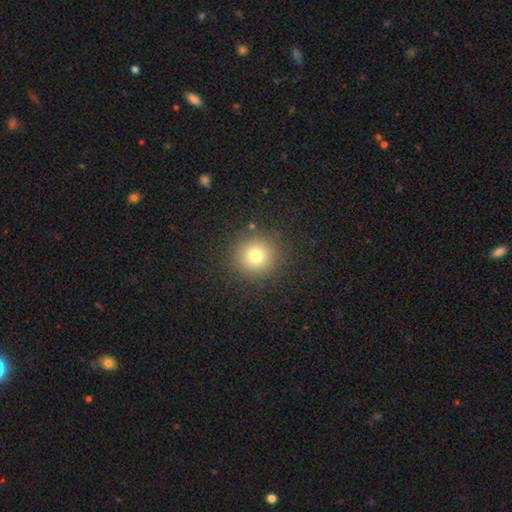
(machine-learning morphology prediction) smooth 75%, star or artifact 15%, featured or disk 10%. Down the decision tree: how rounded — round (94%); merging — none (89%).